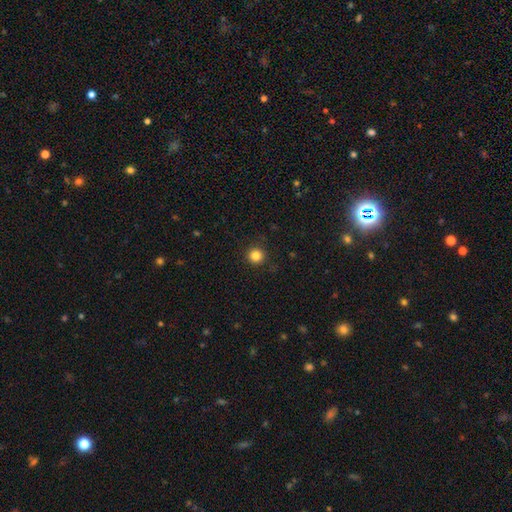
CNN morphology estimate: The model was most divided on "smooth or featured": smooth: 84%, star or artifact: 12%, featured or disk: 4%. More confident: how rounded — round (95%); merging — none (91%).